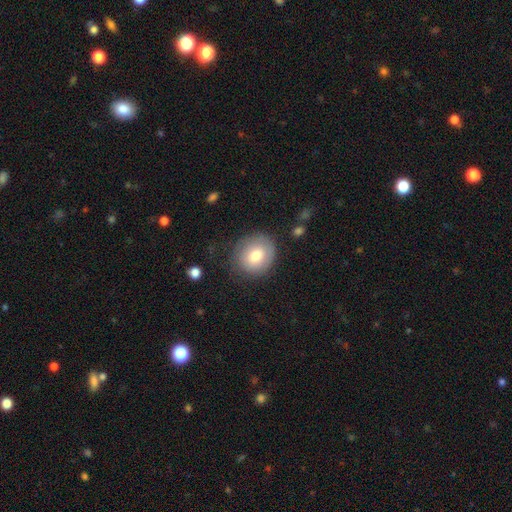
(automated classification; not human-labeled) Smooth or featured? smooth (75%)
How rounded? round (77%)
Merging? none (74%)